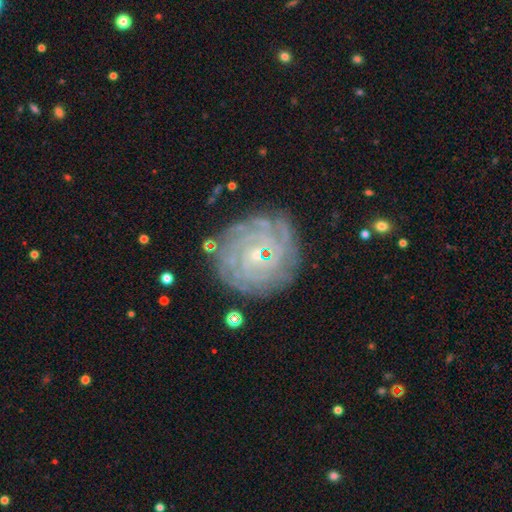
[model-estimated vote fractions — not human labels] Smooth or featured?
  - featured or disk: 86% *
  - star or artifact: 8%
  - smooth: 6%
Edge-on disk?
  - no: 98% *
  - yes: 2%
Bar?
  - no: 58% *
  - weak: 32%
  - strong: 10%
Spiral arms?
  - yes: 98% *
  - no: 2%
Spiral winding?
  - tight: 86% *
  - medium: 11%
  - loose: 2%
Spiral arm count?
  - can't tell: 25% *
  - 4: 24%
  - more than 4: 16%
  - 3: 15%
  - 2: 12%
  - 1: 8%
Bulge size?
  - small: 81% *
  - moderate: 14%
  - none: 3%
  - large: 1%
  - dominant: 1%
Merging?
  - none: 82% *
  - minor disturbance: 13%
  - major disturbance: 4%
  - merger: 2%